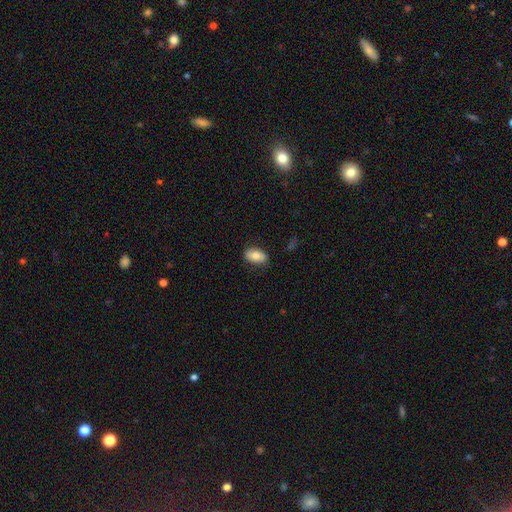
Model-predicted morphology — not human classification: Smooth or featured? smooth (78%)
How rounded? in between (92%)
Merging? none (82%)